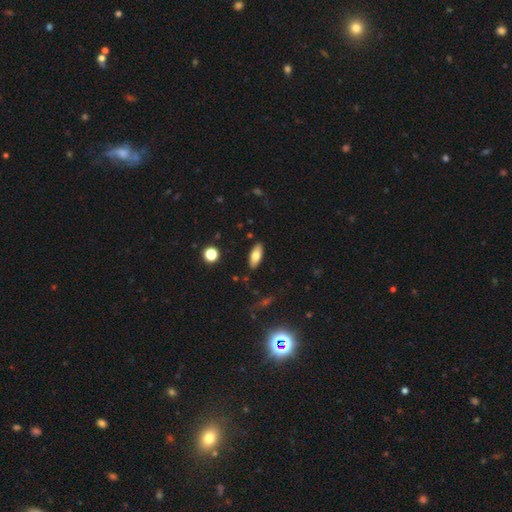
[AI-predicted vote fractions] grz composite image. It shows a smooth galaxy with no disk features (73%) that is in between round and cigar-shaped (79%). Merging: none (88%).